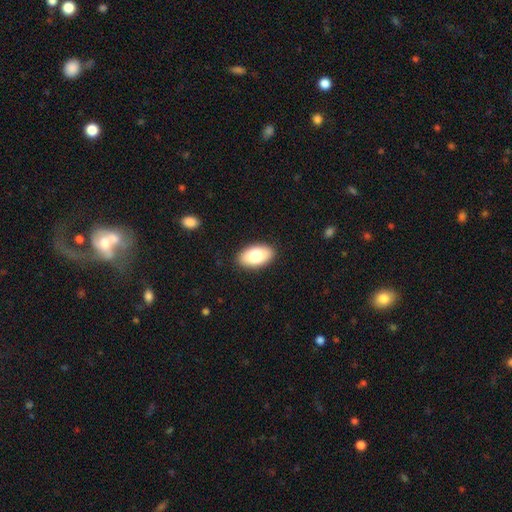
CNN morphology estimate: Smooth or featured? smooth (79%)
How rounded? in between (94%)
Merging? none (89%)